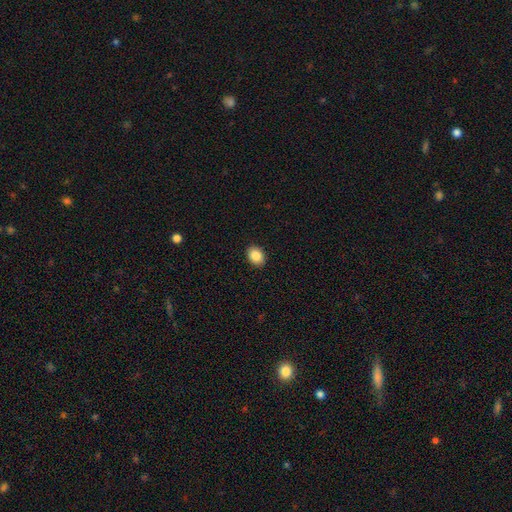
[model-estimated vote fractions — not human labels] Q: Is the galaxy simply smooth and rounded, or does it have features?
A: smooth — 87%.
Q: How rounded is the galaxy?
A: in between — 64%.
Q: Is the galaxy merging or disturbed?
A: none — 91%.